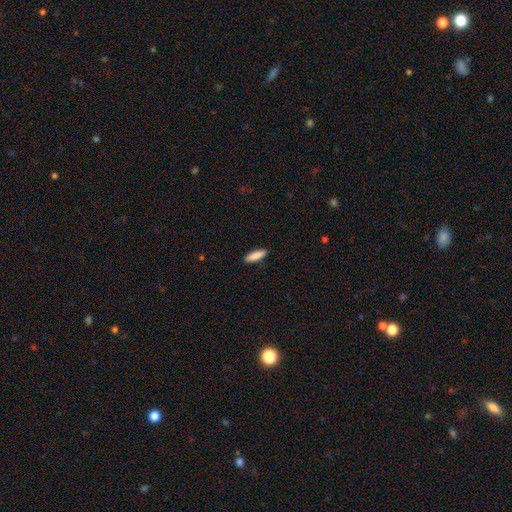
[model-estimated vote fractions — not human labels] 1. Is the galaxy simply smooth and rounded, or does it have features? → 88% smooth, 7% featured or disk, 6% star or artifact.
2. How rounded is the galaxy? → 56% cigar-shaped, 42% in between, 2% round.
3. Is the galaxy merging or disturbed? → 90% none, 8% minor disturbance, 2% major disturbance, 1% merger.